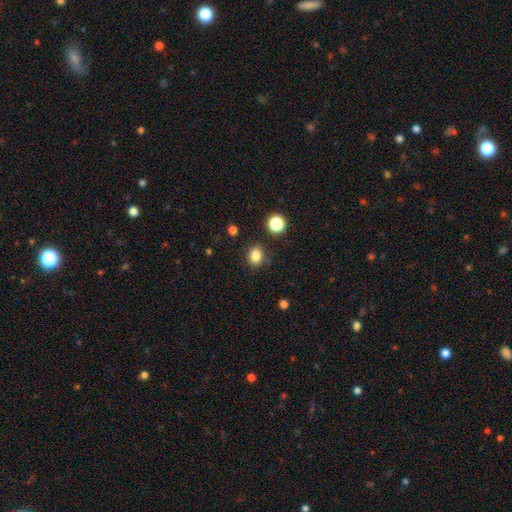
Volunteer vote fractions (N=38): A smooth galaxy with no disk features (89%) that is round (62%).

Vote fractions:
- Smooth or featured? smooth: 89% / star or artifact: 8% / featured or disk: 3%
- How rounded? round: 62% / in between: 38% / cigar-shaped: 0%
- Merging? none: 77% / minor disturbance: 14% / merger: 6% / major disturbance: 3%